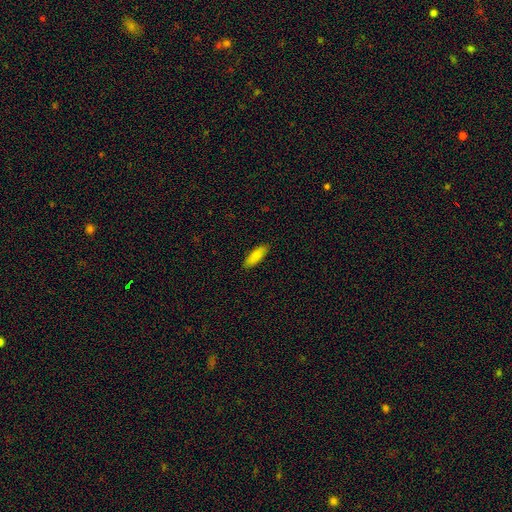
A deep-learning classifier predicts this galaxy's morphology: Smooth or featured? Predicted: smooth (p=0.86). How rounded? Predicted: in between (p=0.58). Merging? Predicted: none (p=0.89).